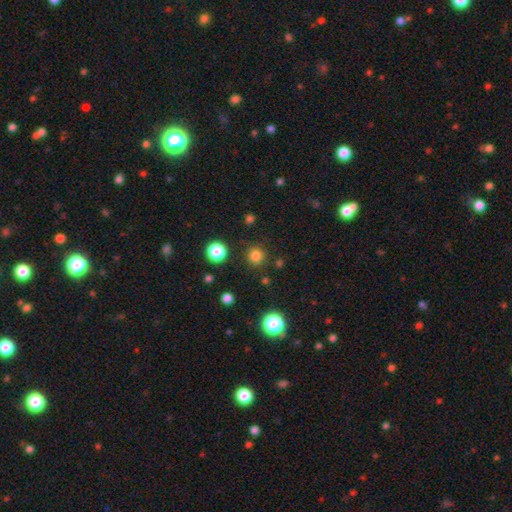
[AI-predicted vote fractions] Overall: smooth (79%). How rounded: round (95%). Merging: none (89%).